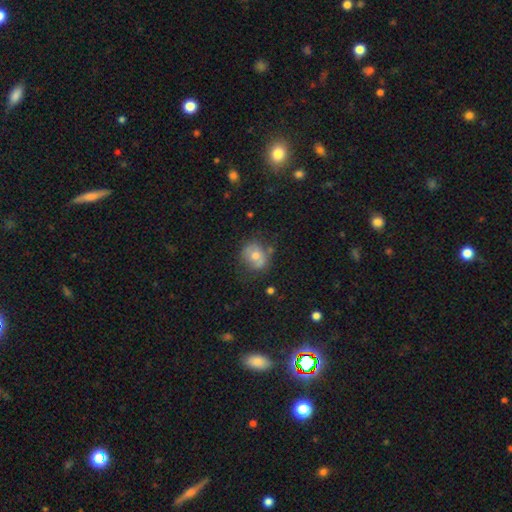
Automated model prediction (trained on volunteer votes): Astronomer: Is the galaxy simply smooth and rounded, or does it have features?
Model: smooth — 57% (runner-up: featured or disk, 34%).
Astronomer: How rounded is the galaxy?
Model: round — 68%.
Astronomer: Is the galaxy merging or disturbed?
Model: none — 60%.